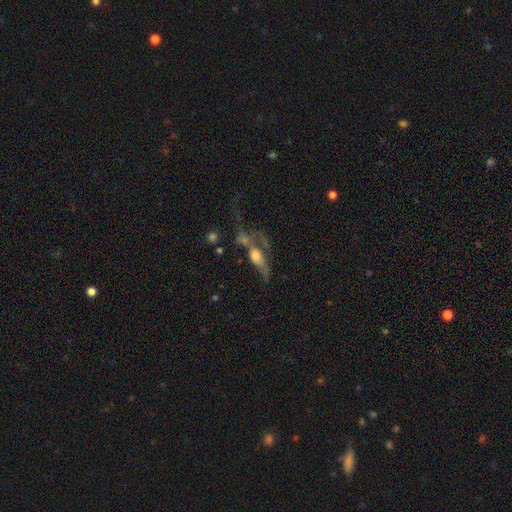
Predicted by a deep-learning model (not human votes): Overall: featured or disk (49%; smooth 39%). Merging: major disturbance (36%; merger 35%).